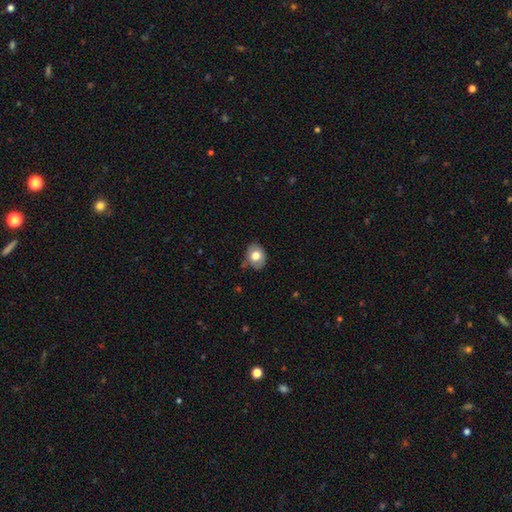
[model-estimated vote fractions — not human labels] This appears to be a smooth galaxy with no disk features (71%) that is in between round and cigar-shaped (59%). Merging: none (75%).